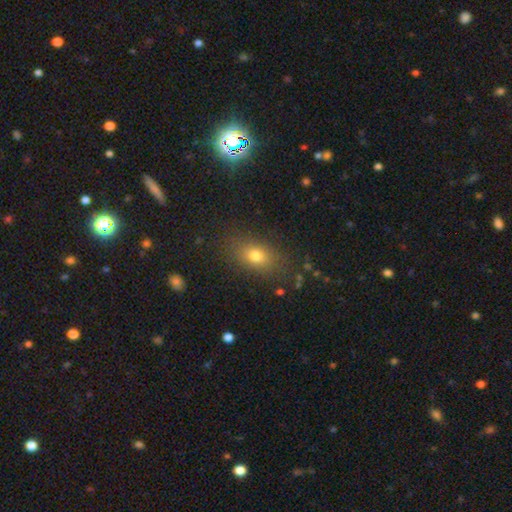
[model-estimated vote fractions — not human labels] This appears to be a smooth galaxy with no disk features (76%) that is in between round and cigar-shaped (76%). Merging: none (83%).